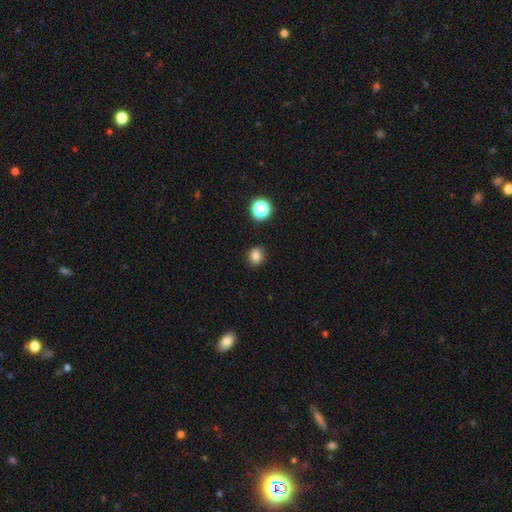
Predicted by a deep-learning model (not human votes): Smooth or featured? smooth (81%)
How rounded? round (64%)
Merging? none (88%)